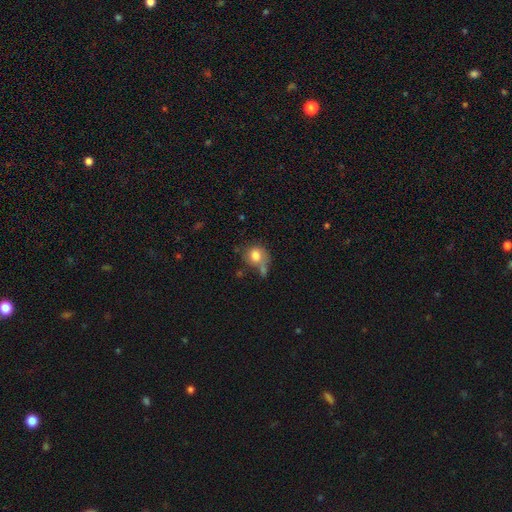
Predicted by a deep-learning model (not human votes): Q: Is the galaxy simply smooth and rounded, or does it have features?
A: smooth — 79%.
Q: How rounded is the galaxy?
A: round — 76%.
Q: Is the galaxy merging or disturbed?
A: none — 46%.